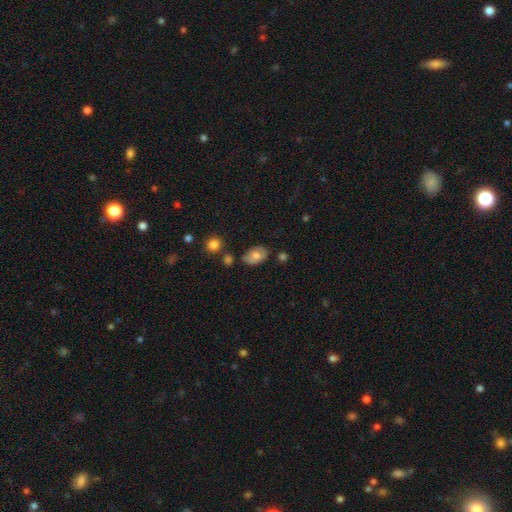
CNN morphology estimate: Q: Smooth or featured?
A: smooth (67%); runner-up: featured or disk (25%)
Q: How rounded?
A: in between (87%); runner-up: round (12%)
Q: Merging?
A: none (69%); runner-up: minor disturbance (21%)